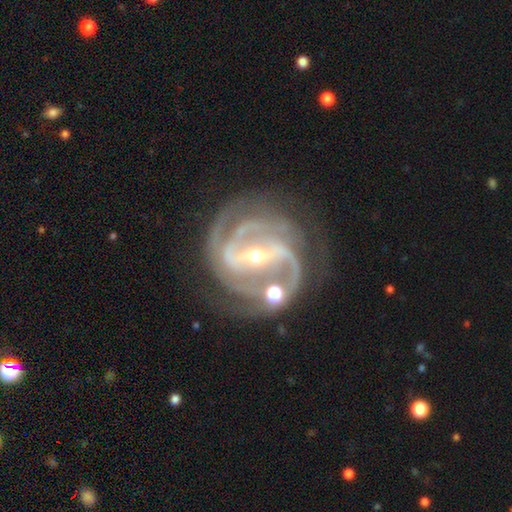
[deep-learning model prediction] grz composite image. It shows a featured or disk galaxy (93%) with a strong bar (75%), 2 (42%) tight (47%) spiral arms (98%) and a small central bulge (64%). Merging: none (66%).